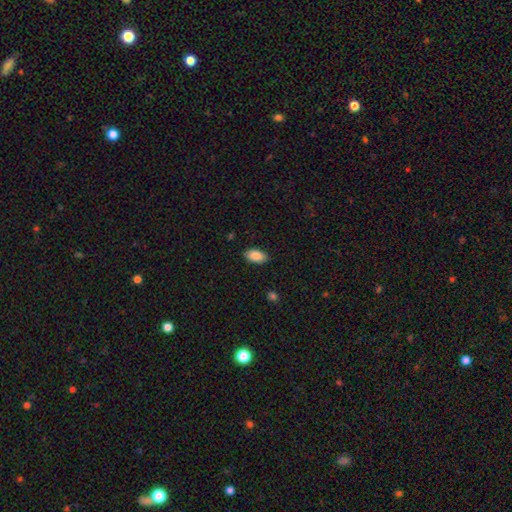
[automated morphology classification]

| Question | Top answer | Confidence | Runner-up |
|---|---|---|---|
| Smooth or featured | smooth | 89% | star or artifact (7%) |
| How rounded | in between | 94% | round (3%) |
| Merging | none | 87% | minor disturbance (10%) |